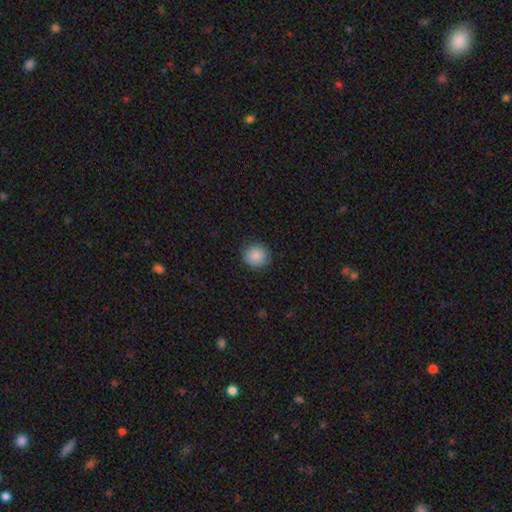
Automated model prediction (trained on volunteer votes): Smooth or featured: smooth — 87% (star or artifact — 8%)
How rounded: round — 89% (in between — 10%)
Merging: none — 87% (minor disturbance — 10%)